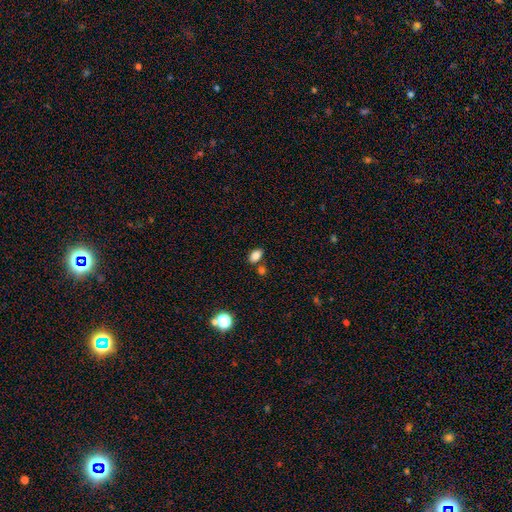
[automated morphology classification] Overall: smooth (83%). How rounded: in between (89%). Merging: none (73%).